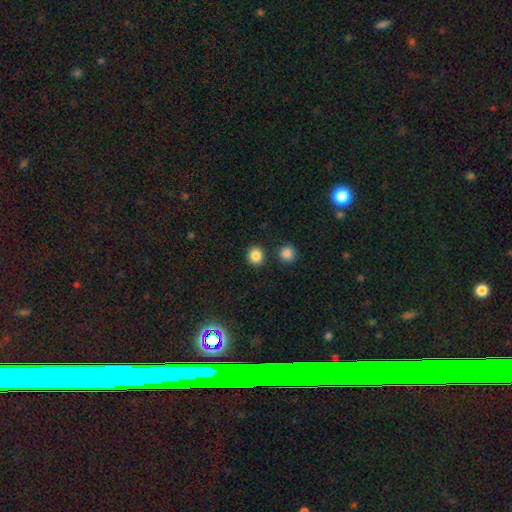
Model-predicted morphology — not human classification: A smooth galaxy with no disk features (85%) that is round (86%).

Vote fractions:
- Smooth or featured? smooth: 85% / star or artifact: 11% / featured or disk: 4%
- How rounded? round: 86% / in between: 13% / cigar-shaped: 1%
- Merging? none: 87% / minor disturbance: 6% / merger: 5% / major disturbance: 2%